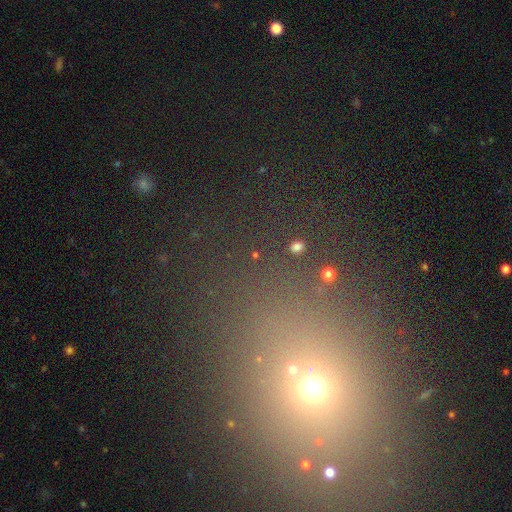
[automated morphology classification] type=star or artifact (56%).